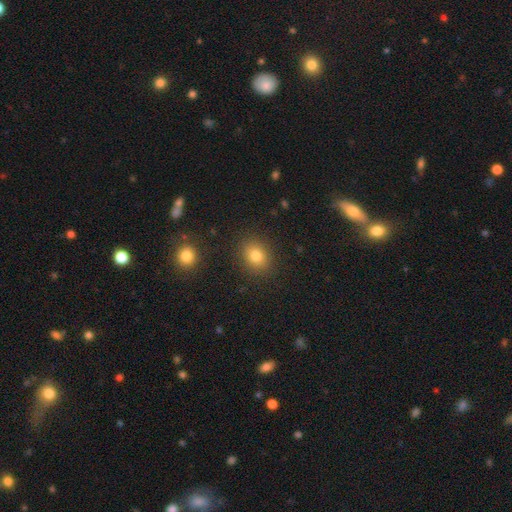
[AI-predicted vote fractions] Overall: smooth (81%). How rounded: round (51%; in between 48%). Merging: none (87%).